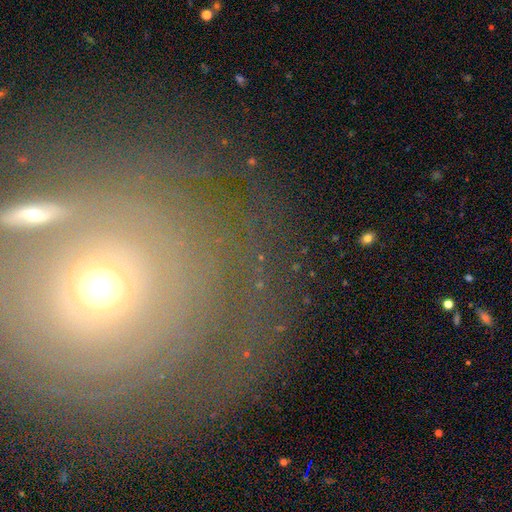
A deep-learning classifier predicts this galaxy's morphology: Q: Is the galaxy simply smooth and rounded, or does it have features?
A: featured or disk — 63%.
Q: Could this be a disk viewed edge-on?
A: no — 94%.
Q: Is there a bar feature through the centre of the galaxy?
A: no — 85%.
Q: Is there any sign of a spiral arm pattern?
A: yes — 60%.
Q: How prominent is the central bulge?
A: moderate — 47%.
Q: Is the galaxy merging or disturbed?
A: none — 69%.